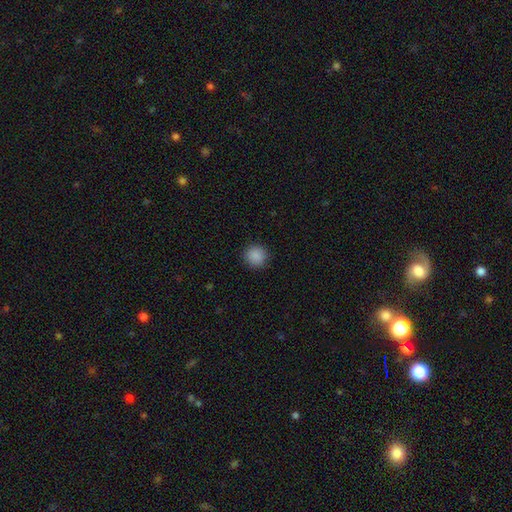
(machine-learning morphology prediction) Smooth or featured? Predicted: smooth (p=0.88). How rounded? Predicted: round (p=0.94). Merging? Predicted: none (p=0.92).